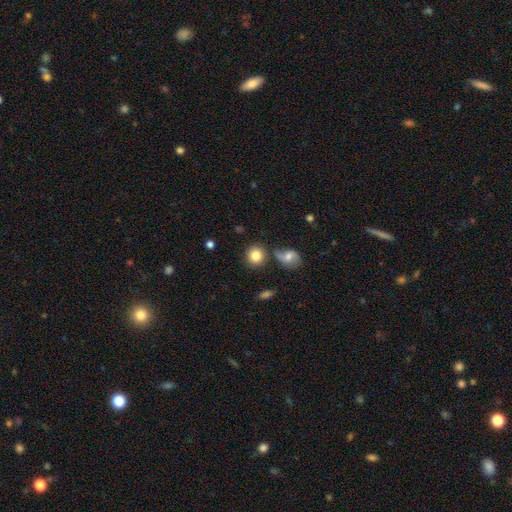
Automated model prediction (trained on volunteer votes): A smooth galaxy with no disk features (82%) that is round (88%).

Vote fractions:
- Smooth or featured? smooth: 82% / star or artifact: 9% / featured or disk: 9%
- How rounded? round: 88% / in between: 11% / cigar-shaped: 1%
- Merging? none: 77% / minor disturbance: 10% / merger: 10% / major disturbance: 3%